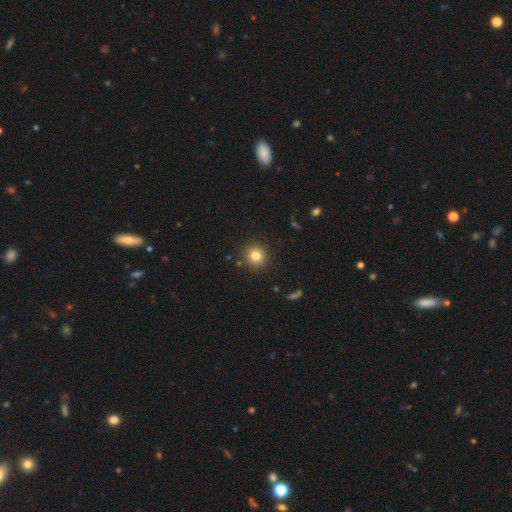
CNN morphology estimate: Smooth or featured? Predicted: smooth (p=0.81). How rounded? Predicted: round (p=0.91). Merging? Predicted: none (p=0.89).